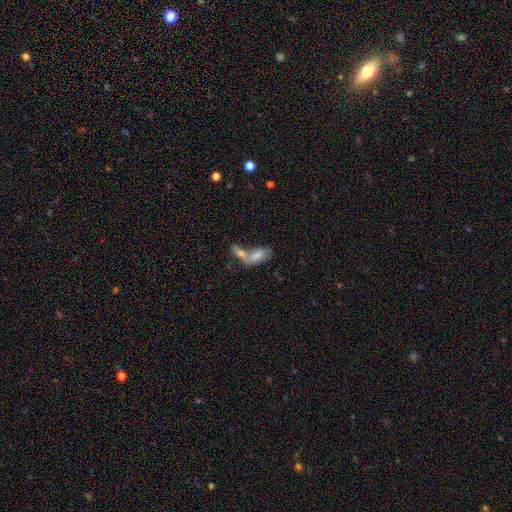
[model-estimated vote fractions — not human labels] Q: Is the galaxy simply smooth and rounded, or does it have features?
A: smooth — 70%.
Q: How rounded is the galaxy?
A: in between — 88%.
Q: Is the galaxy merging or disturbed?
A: merger — 67%.